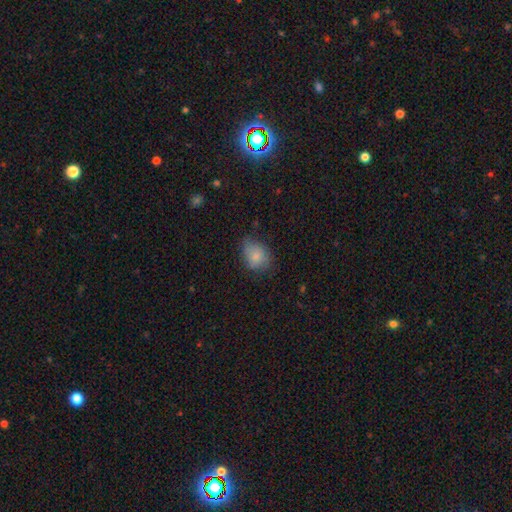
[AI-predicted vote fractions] smooth 80%, featured or disk 12%, star or artifact 8%. Down the decision tree: how rounded — in between (56%); merging — none (57%).